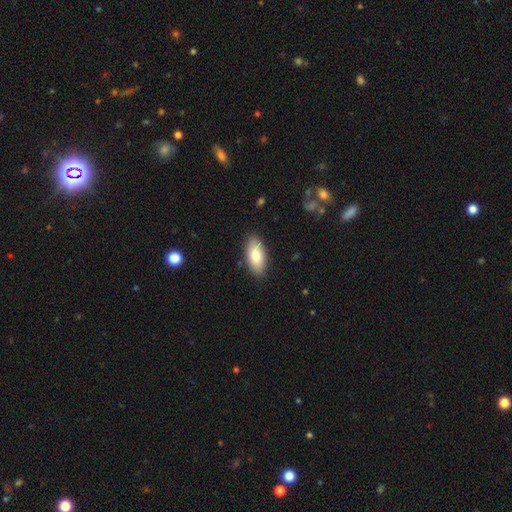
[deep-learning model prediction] This appears to be a smooth galaxy with no disk features (81%) that is in between round and cigar-shaped (91%). Merging: none (87%).